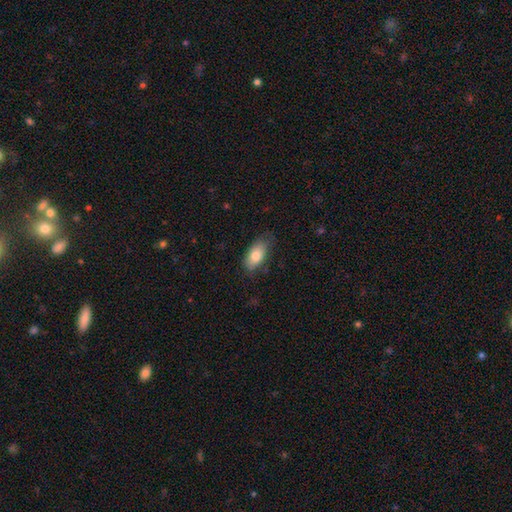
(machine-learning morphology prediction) smooth-or-featured: smooth: 79% | featured or disk: 14% | star or artifact: 7%
  how-rounded: in between: 92% | cigar-shaped: 5% | round: 3%
  merging: none: 71% | minor disturbance: 22% | major disturbance: 5% | merger: 1%